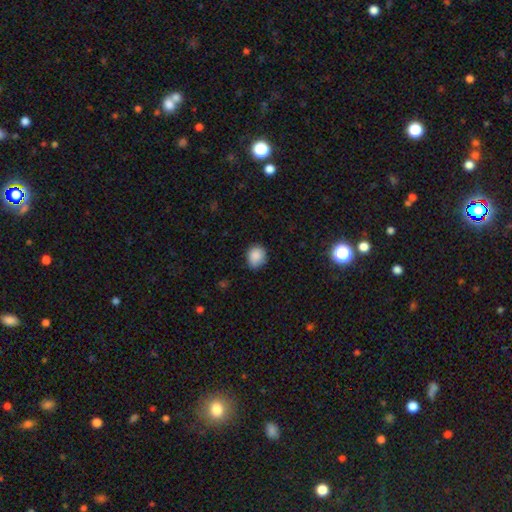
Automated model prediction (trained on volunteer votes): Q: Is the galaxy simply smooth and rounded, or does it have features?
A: smooth — 87%.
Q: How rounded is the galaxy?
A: round — 71%.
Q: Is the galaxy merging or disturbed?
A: none — 75%.